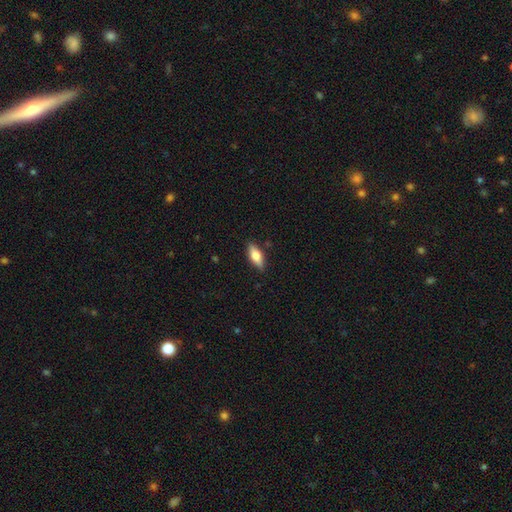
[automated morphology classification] smooth_or_featured: smooth (p=0.65) [alt: featured or disk p=0.29]
how_rounded: in between (p=0.71) [alt: cigar-shaped p=0.26]
merging: none (p=0.86) [alt: minor disturbance p=0.10]